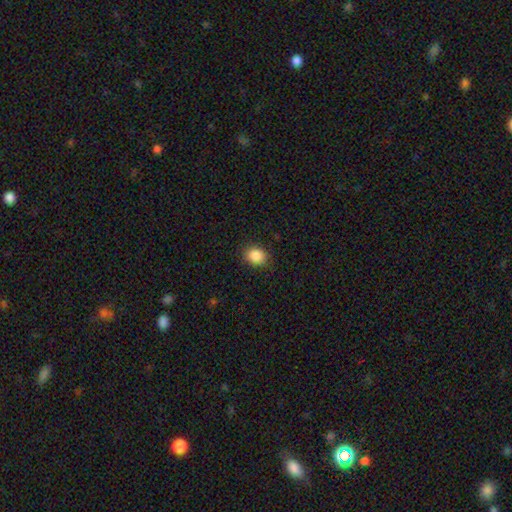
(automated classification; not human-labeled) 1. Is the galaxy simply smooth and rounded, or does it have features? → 88% smooth, 9% star or artifact, 3% featured or disk.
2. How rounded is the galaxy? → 51% round, 48% in between, 1% cigar-shaped.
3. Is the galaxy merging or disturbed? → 87% none, 9% minor disturbance, 3% major disturbance, 1% merger.